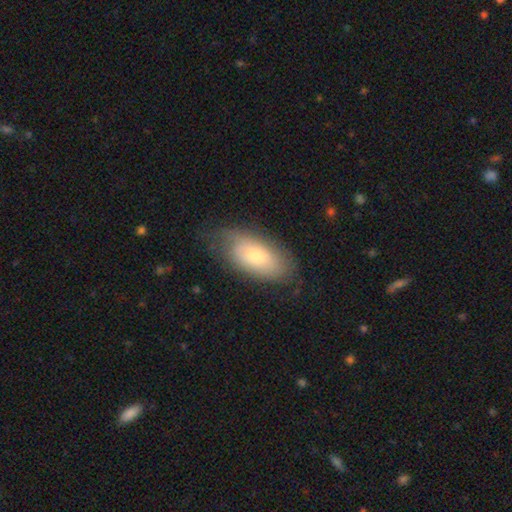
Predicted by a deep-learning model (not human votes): smooth_or_featured: smooth (p=0.61) [alt: featured or disk p=0.32]
how_rounded: in between (p=0.91) [alt: cigar-shaped p=0.05]
merging: none (p=0.66) [alt: minor disturbance p=0.25]